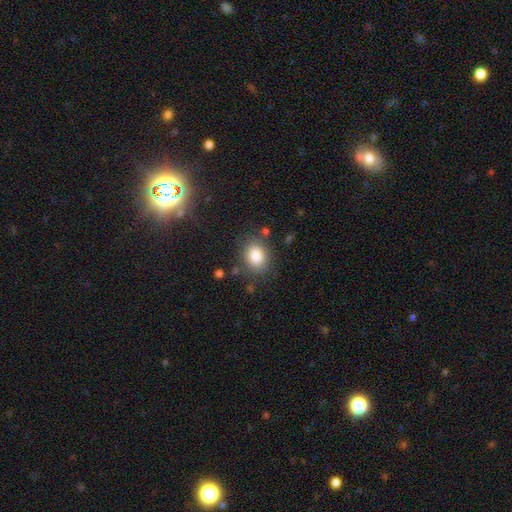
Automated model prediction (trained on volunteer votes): A smooth galaxy with no disk features (85%) that is in between round and cigar-shaped (58%).

Vote fractions:
- Smooth or featured? smooth: 85% / star or artifact: 9% / featured or disk: 6%
- How rounded? in between: 58% / round: 41% / cigar-shaped: 1%
- Merging? none: 79% / minor disturbance: 13% / major disturbance: 5% / merger: 3%